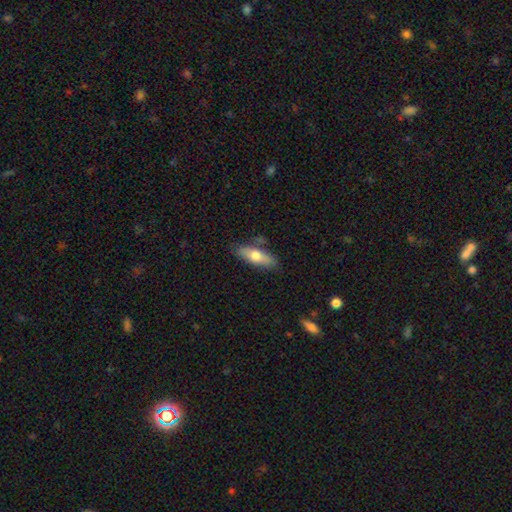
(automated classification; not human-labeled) Smooth or featured?
  - smooth: 65% *
  - featured or disk: 29%
  - star or artifact: 6%
How rounded?
  - in between: 59% *
  - cigar-shaped: 38%
  - round: 3%
Merging?
  - none: 76% *
  - minor disturbance: 16%
  - merger: 5%
  - major disturbance: 3%